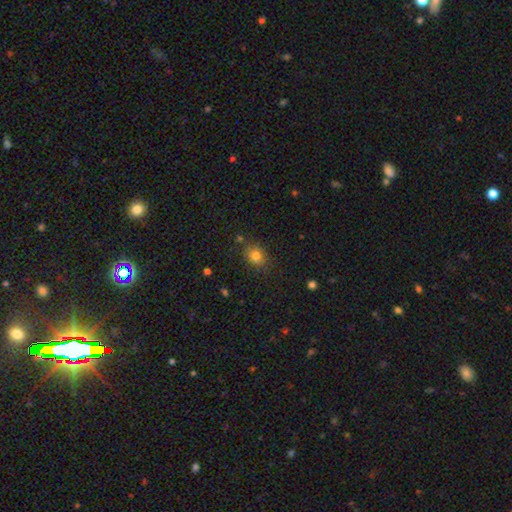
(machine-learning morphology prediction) smooth_or_featured: smooth (p=0.79) [alt: star or artifact p=0.14]
how_rounded: round (p=0.59) [alt: in between p=0.40]
merging: none (p=0.81) [alt: minor disturbance p=0.13]